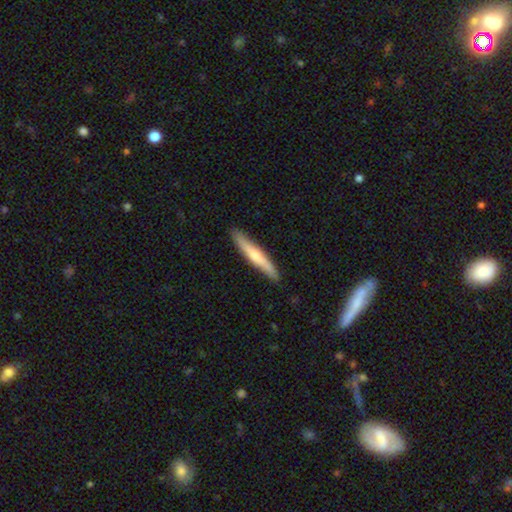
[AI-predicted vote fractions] smooth_or_featured: smooth (p=0.55) [alt: featured or disk p=0.40]
how_rounded: cigar-shaped (p=0.94) [alt: in between p=0.05]
merging: none (p=0.89) [alt: minor disturbance p=0.08]